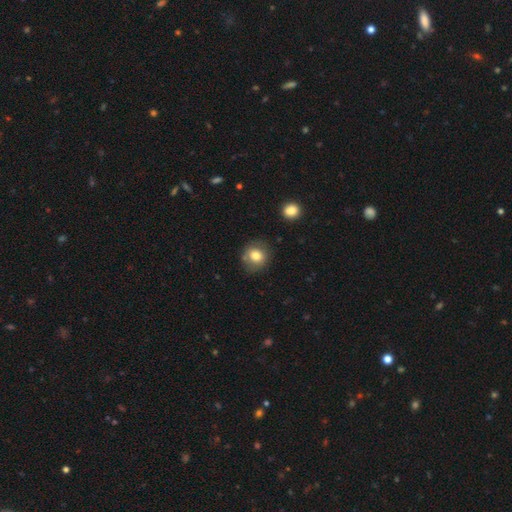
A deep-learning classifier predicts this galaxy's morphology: This appears to be a smooth galaxy with no disk features (79%) that is round (83%). Merging: none (79%).